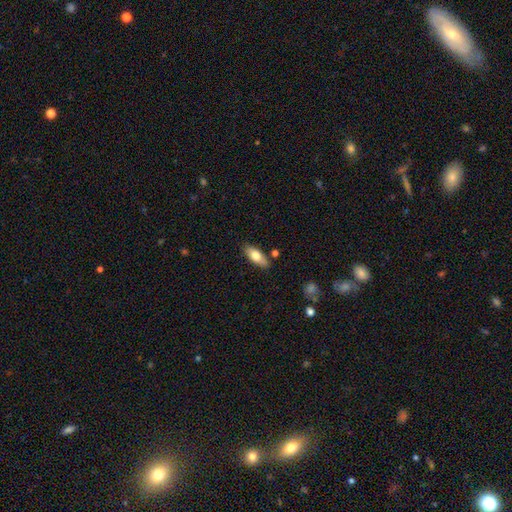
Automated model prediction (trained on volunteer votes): smooth_or_featured: smooth (p=0.72) [alt: featured or disk p=0.22]
how_rounded: in between (p=0.75) [alt: cigar-shaped p=0.23]
merging: none (p=0.83) [alt: minor disturbance p=0.12]